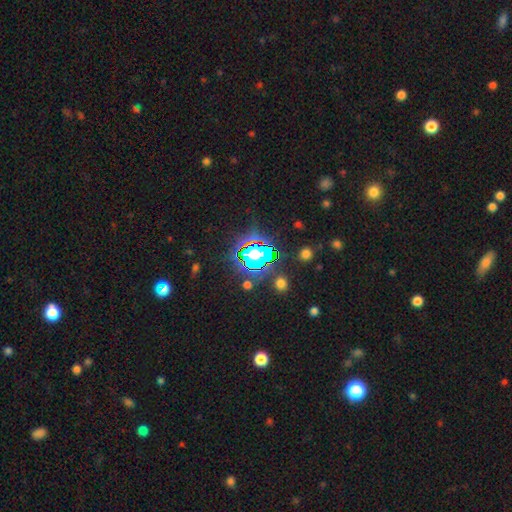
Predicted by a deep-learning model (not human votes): This is likely a star or artifact rather than a galaxy (78%).